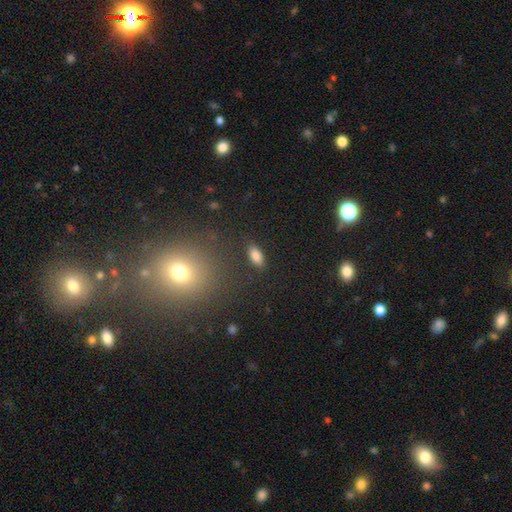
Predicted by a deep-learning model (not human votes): Smooth or featured? smooth (84%)
How rounded? in between (88%)
Merging? none (87%)